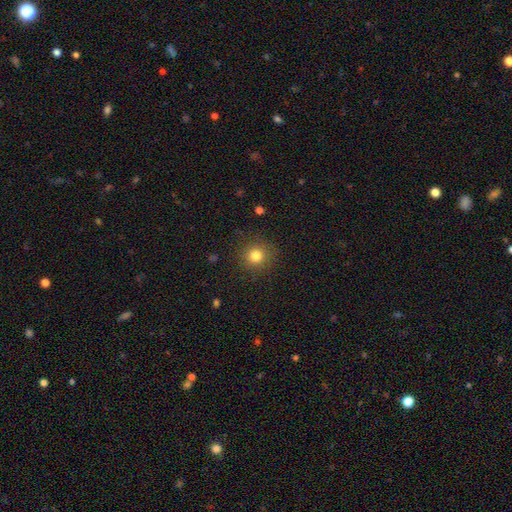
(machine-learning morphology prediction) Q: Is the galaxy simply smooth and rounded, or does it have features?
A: smooth — 81%.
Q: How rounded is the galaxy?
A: round — 92%.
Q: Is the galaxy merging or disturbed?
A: none — 89%.